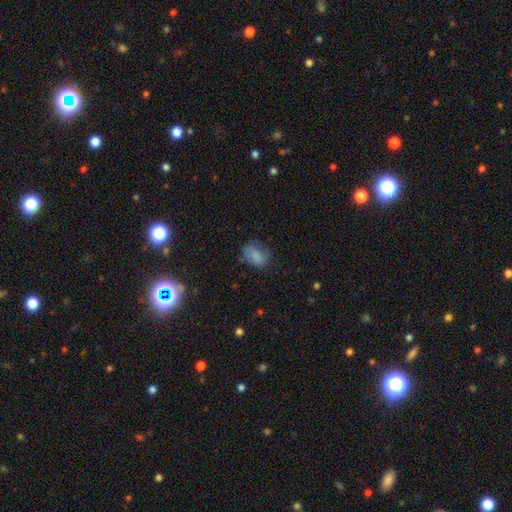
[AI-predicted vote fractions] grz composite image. It shows a smooth galaxy with no disk features (71%) that is in between round and cigar-shaped (76%). Merging: none (55%).